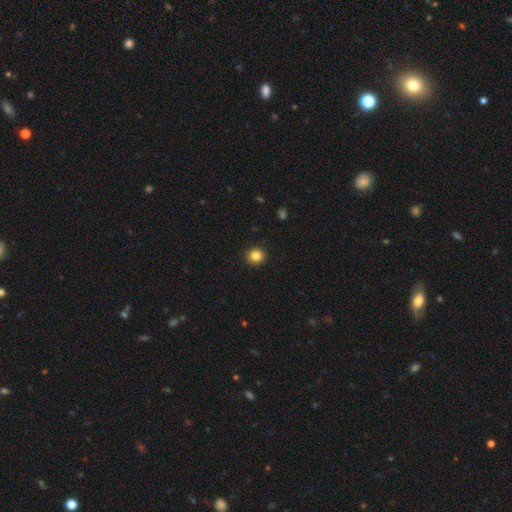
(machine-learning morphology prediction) Smooth or featured: smooth — 84% (star or artifact — 11%)
How rounded: round — 90% (in between — 9%)
Merging: none — 93% (minor disturbance — 5%)